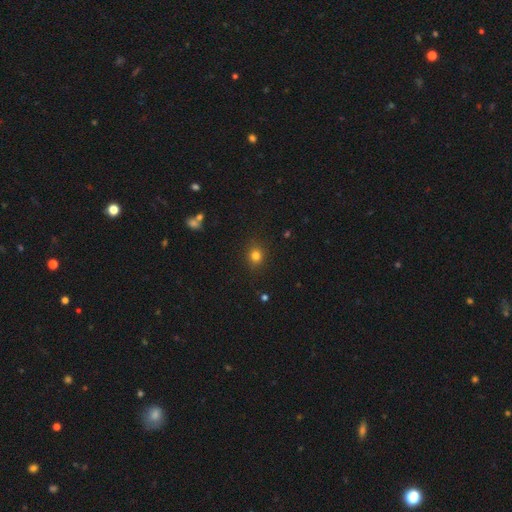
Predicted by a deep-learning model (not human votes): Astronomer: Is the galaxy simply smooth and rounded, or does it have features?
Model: smooth — 80%.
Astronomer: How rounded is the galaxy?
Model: round — 80%.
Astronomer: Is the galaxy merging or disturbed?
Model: none — 88%.